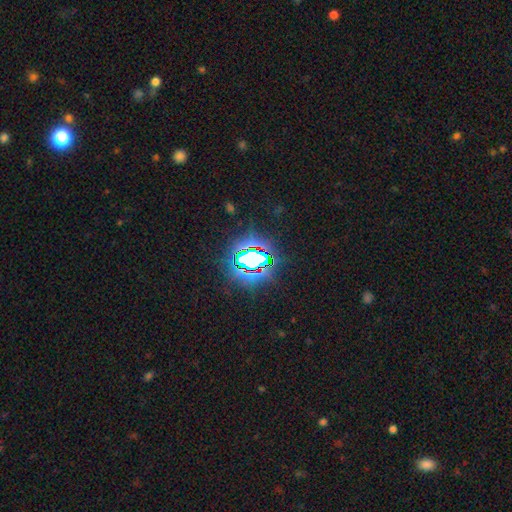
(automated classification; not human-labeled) Q: Smooth or featured?
A: star or artifact (72%); runner-up: smooth (18%)